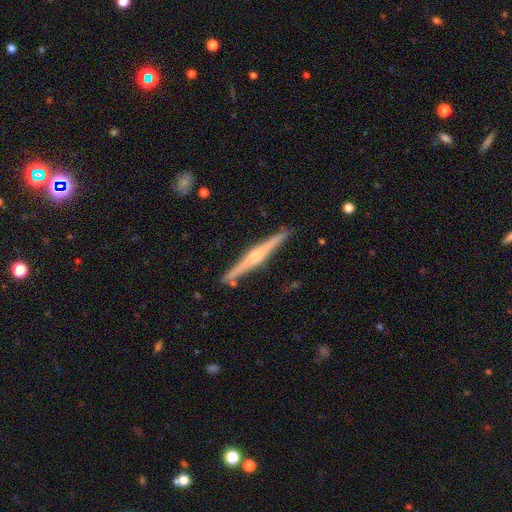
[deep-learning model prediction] This appears to be a featured or disk galaxy (76%) viewed edge-on (98%) with a rounded central bulge (81%). Merging: none (90%).